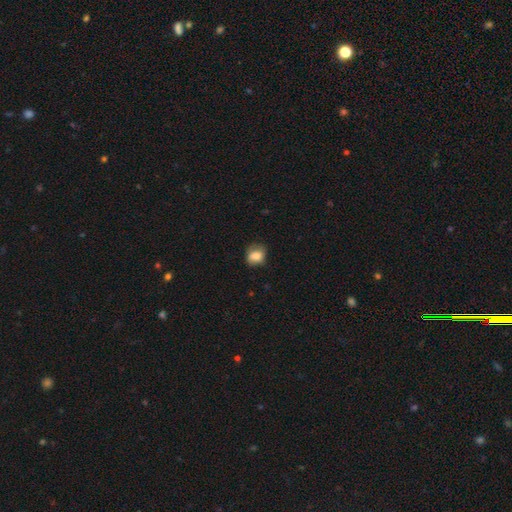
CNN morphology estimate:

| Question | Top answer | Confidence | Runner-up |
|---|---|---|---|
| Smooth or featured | smooth | 79% | featured or disk (12%) |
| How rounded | round | 51% | in between (48%) |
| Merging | none | 61% | minor disturbance (28%) |